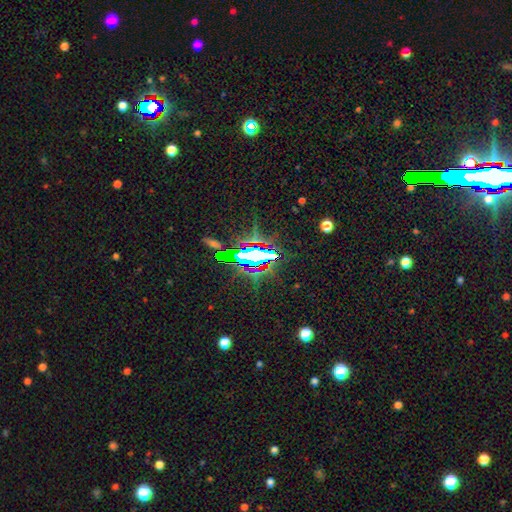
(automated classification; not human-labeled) The model was most divided on "smooth or featured": star or artifact: 71%, featured or disk: 17%, smooth: 12%.